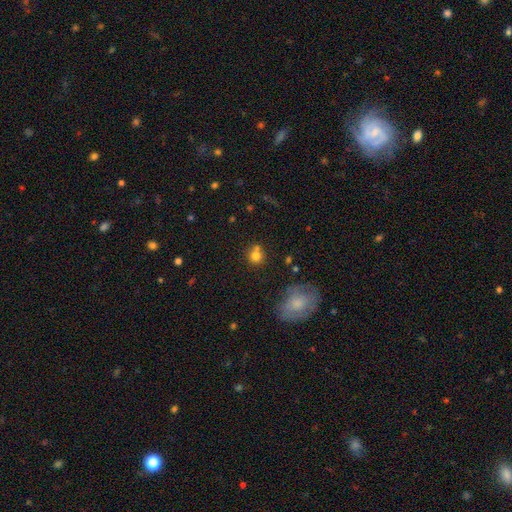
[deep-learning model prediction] smooth-or-featured: smooth: 76% | star or artifact: 14% | featured or disk: 10%
  how-rounded: round: 88% | in between: 11% | cigar-shaped: 1%
  merging: none: 62% | merger: 24% | minor disturbance: 10% | major disturbance: 4%